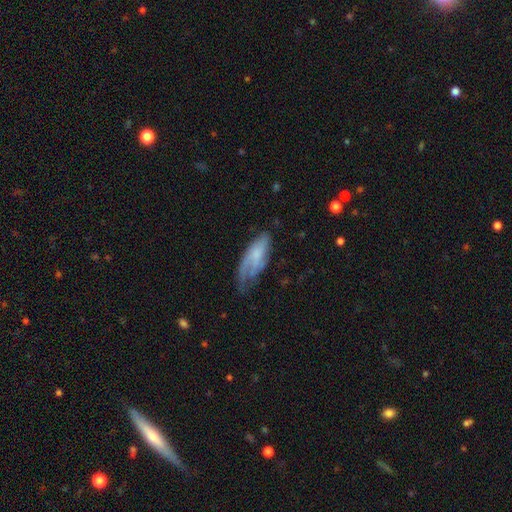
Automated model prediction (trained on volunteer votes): smooth_or_featured: smooth (p=0.47) [alt: featured or disk p=0.46]
merging: none (p=0.37) [alt: minor disturbance p=0.34]